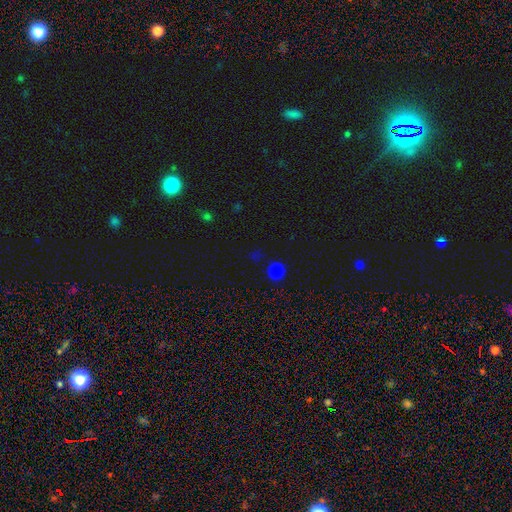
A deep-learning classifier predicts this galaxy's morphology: Q: Smooth or featured?
A: smooth (57%); runner-up: star or artifact (39%)
Q: How rounded?
A: round (92%); runner-up: in between (7%)
Q: Merging?
A: none (89%); runner-up: minor disturbance (6%)